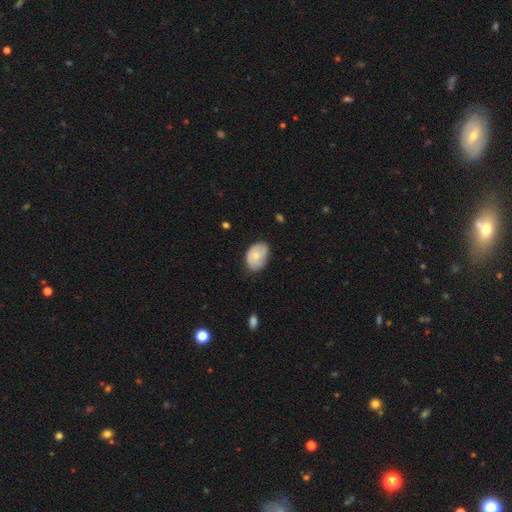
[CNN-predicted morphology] smooth 61%, featured or disk 32%, star or artifact 6%. Down the decision tree: how rounded — in between (82%); merging — none (61%).